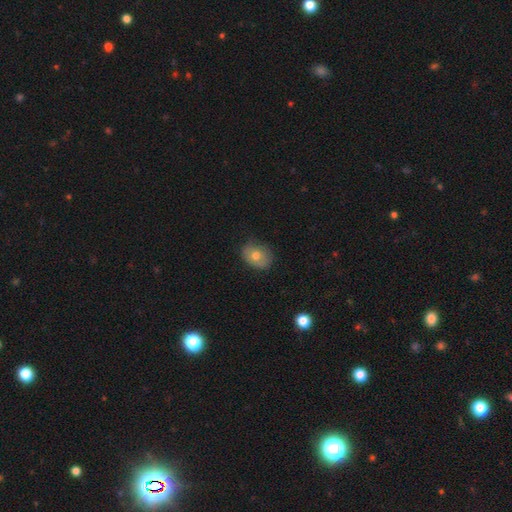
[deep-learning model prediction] Smooth or featured?
  - smooth: 71% *
  - featured or disk: 20%
  - star or artifact: 9%
How rounded?
  - in between: 59% *
  - round: 40%
  - cigar-shaped: 1%
Merging?
  - none: 73% *
  - minor disturbance: 21%
  - major disturbance: 4%
  - merger: 1%